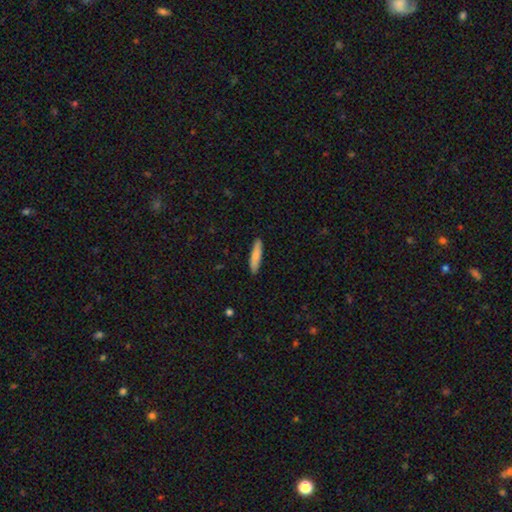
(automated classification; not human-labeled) The model was most divided on "smooth or featured": smooth: 78%, featured or disk: 17%, star or artifact: 5%. More confident: merging — none (89%); how rounded — cigar-shaped (82%).